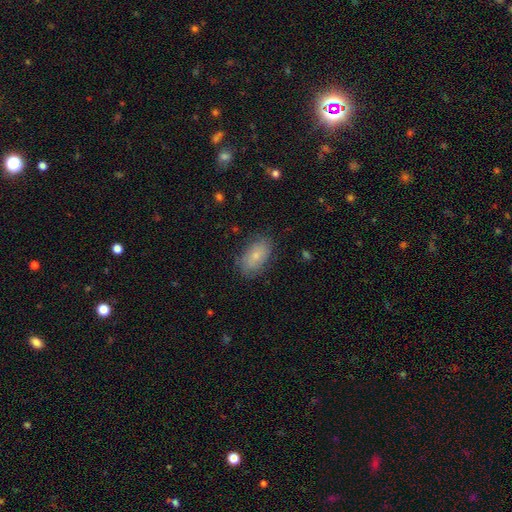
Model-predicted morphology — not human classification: smooth_or_featured: smooth (p=0.70) [alt: featured or disk p=0.21]
how_rounded: in between (p=0.92) [alt: round p=0.06]
merging: none (p=0.79) [alt: minor disturbance p=0.16]